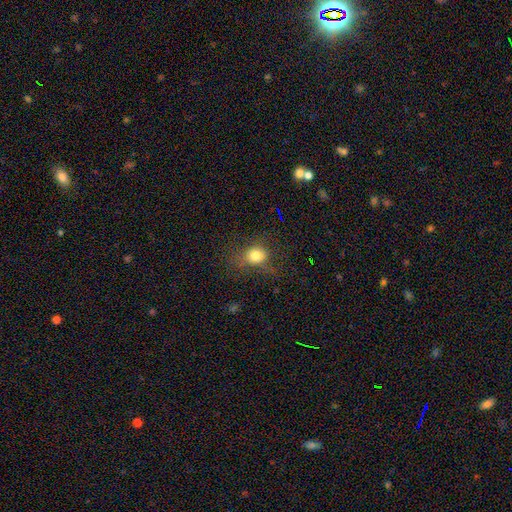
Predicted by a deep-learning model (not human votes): Overall: smooth (75%). How rounded: round (69%; in between 29%). Merging: none (63%).